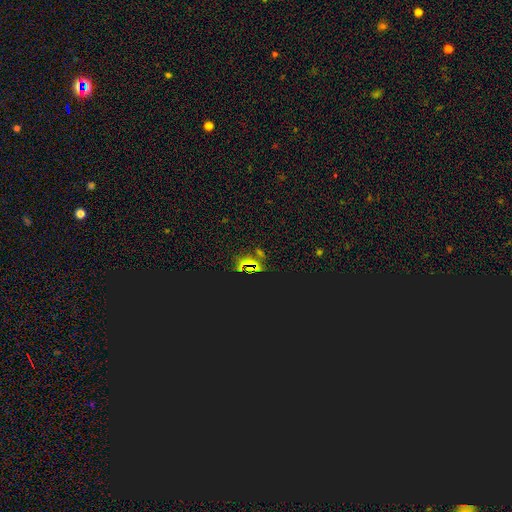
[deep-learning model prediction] The model was most divided on "smooth or featured": star or artifact: 73%, smooth: 16%, featured or disk: 11%.